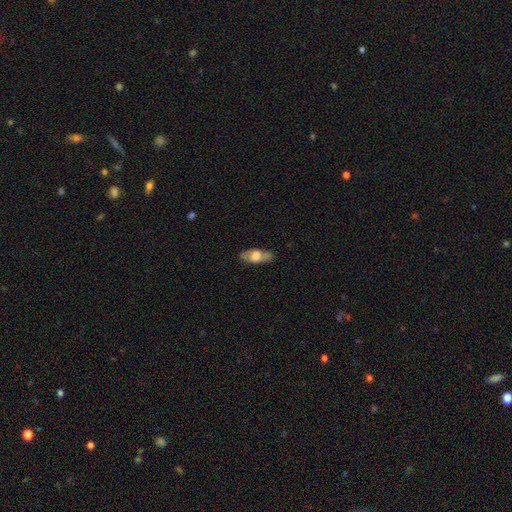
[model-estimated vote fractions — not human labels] This is possibly a smooth galaxy (53%). How rounded: likely in between (75%). Merging: clearly none (82%).